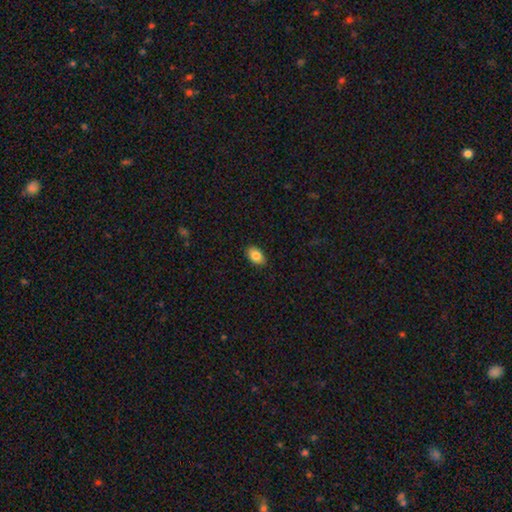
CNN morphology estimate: type=smooth (84%); roundness=in between (89%); merging=none (88%).